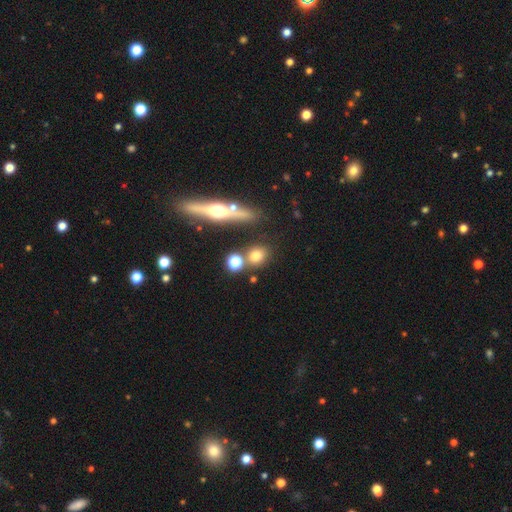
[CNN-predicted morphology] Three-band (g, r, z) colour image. It shows a smooth galaxy with no disk features (71%) that is round (65%). Merging: none (71%).